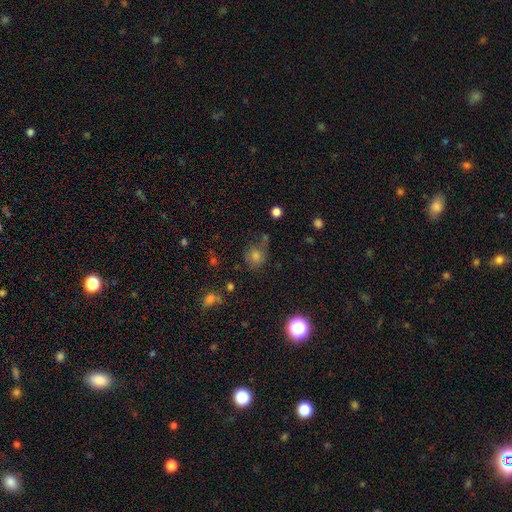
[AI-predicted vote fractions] Smooth or featured: smooth — 61% (star or artifact — 27%)
How rounded: round — 79% (in between — 20%)
Merging: none — 63% (minor disturbance — 20%)